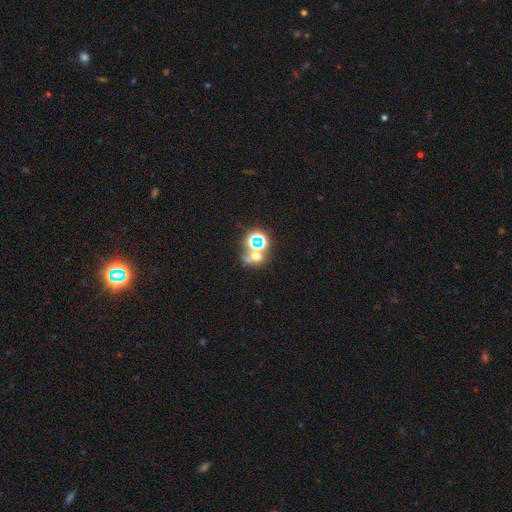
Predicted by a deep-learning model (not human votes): Morphology: type=star or artifact (47%).